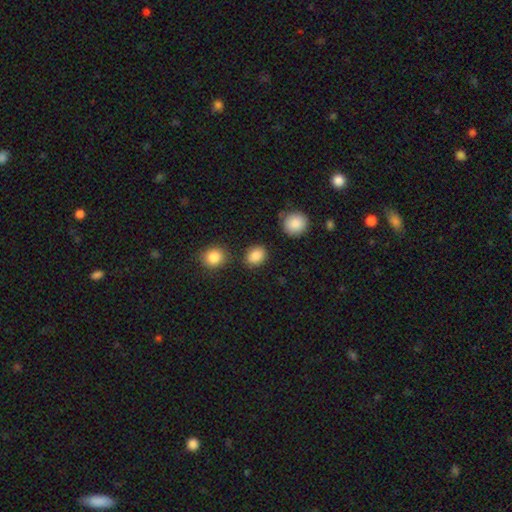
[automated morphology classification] smooth 87%, star or artifact 9%, featured or disk 4%. Down the decision tree: how rounded — in between (54%); merging — none (83%).